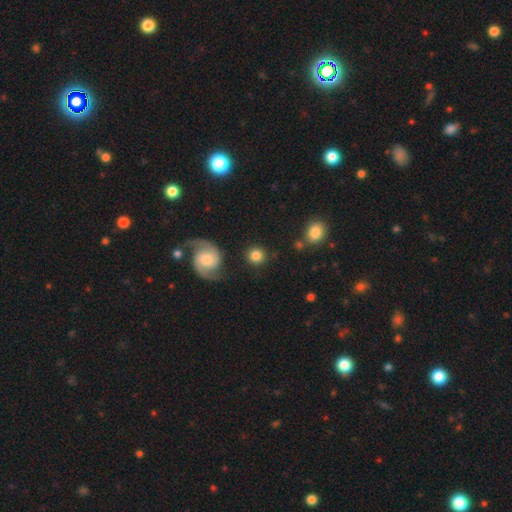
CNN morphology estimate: Q: Smooth or featured?
A: smooth (79%); runner-up: featured or disk (14%)
Q: How rounded?
A: round (93%); runner-up: in between (6%)
Q: Merging?
A: none (85%); runner-up: minor disturbance (7%)